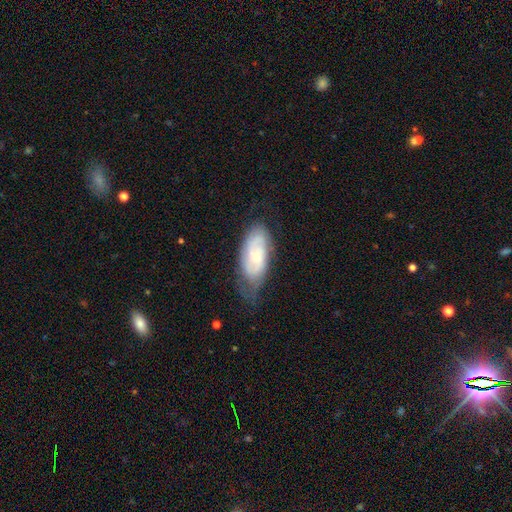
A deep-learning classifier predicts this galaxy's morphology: smooth-or-featured: featured or disk: 59% | smooth: 34% | star or artifact: 7%
  disk-edge-on: no: 92% | yes: 8%
    bar: no: 62% | weak: 32% | strong: 6%
    has-spiral-arms: yes: 86% | no: 14%
    bulge-size: small: 58% | moderate: 33% | none: 5% | large: 3% | dominant: 1%
  merging: none: 57% | minor disturbance: 31% | major disturbance: 10% | merger: 2%